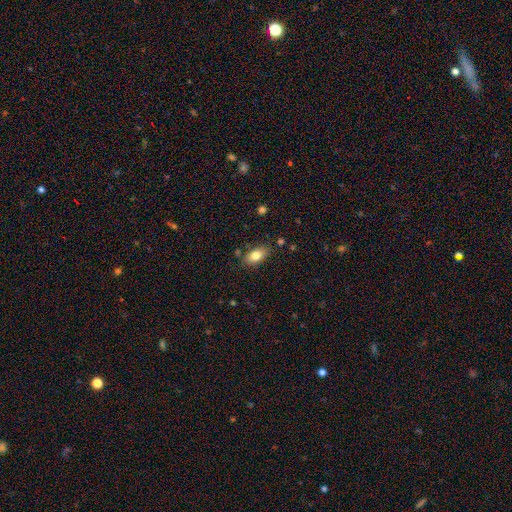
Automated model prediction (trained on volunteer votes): Overall: smooth (81%). How rounded: in between (89%). Merging: none (78%).